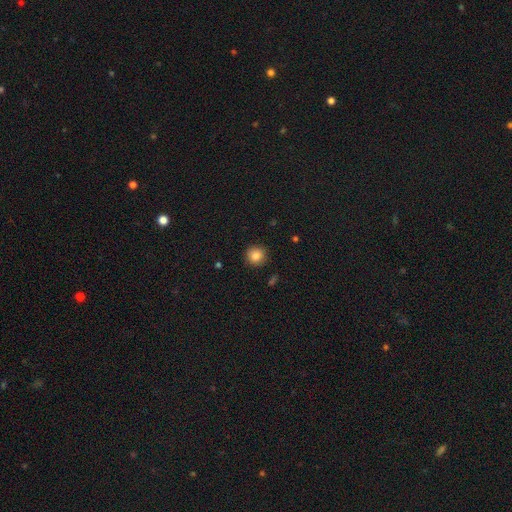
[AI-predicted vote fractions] Smooth or featured: smooth — 85% (star or artifact — 10%)
How rounded: round — 93% (in between — 6%)
Merging: none — 90% (minor disturbance — 7%)